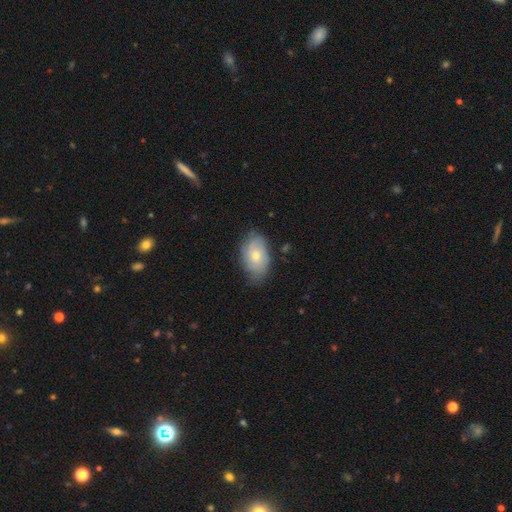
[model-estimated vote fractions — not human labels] Smooth or featured?
  - smooth: 59% *
  - featured or disk: 34%
  - star or artifact: 7%
How rounded?
  - in between: 88% *
  - round: 11%
  - cigar-shaped: 1%
Merging?
  - none: 69% *
  - minor disturbance: 24%
  - major disturbance: 5%
  - merger: 2%